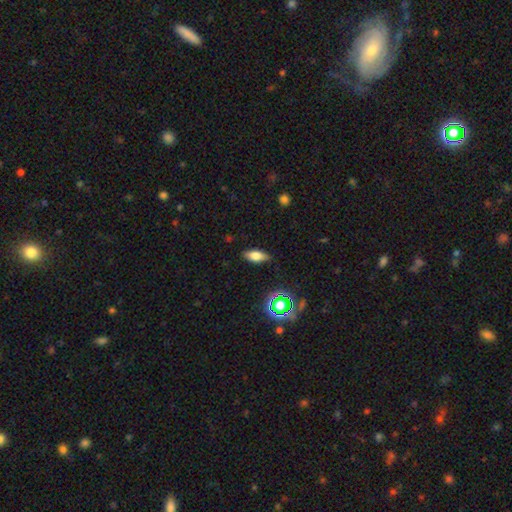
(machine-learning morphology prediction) smooth_or_featured: smooth (p=0.69) [alt: featured or disk p=0.19]
how_rounded: in between (p=0.77) [alt: cigar-shaped p=0.18]
merging: none (p=0.83) [alt: minor disturbance p=0.13]